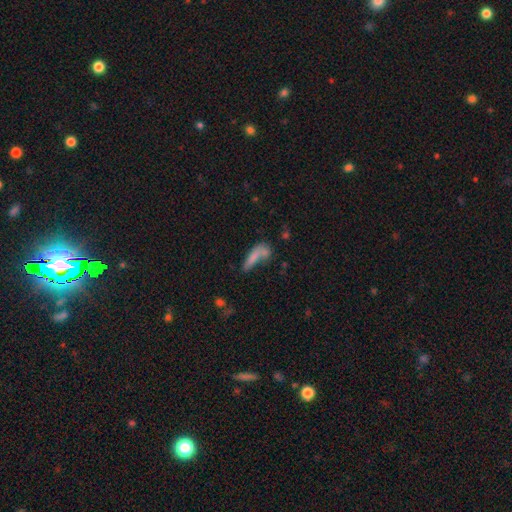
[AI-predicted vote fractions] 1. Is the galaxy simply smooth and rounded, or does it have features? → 69% smooth, 19% featured or disk, 12% star or artifact.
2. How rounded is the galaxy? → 58% cigar-shaped, 38% in between, 4% round.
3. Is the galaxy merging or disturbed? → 36% none, 31% merger, 17% minor disturbance, 16% major disturbance.